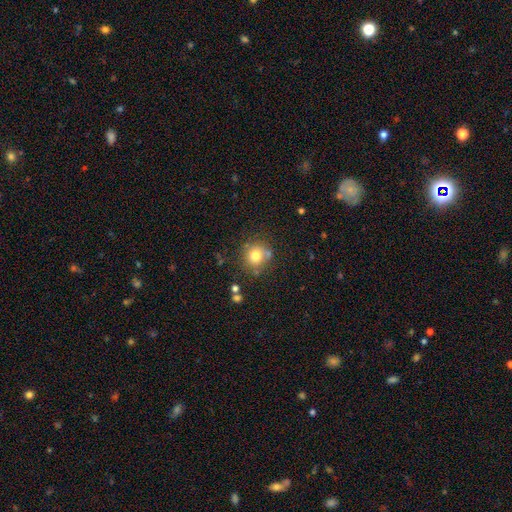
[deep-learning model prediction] Morphology: type=smooth (77%); roundness=round (87%); merging=none (74%).